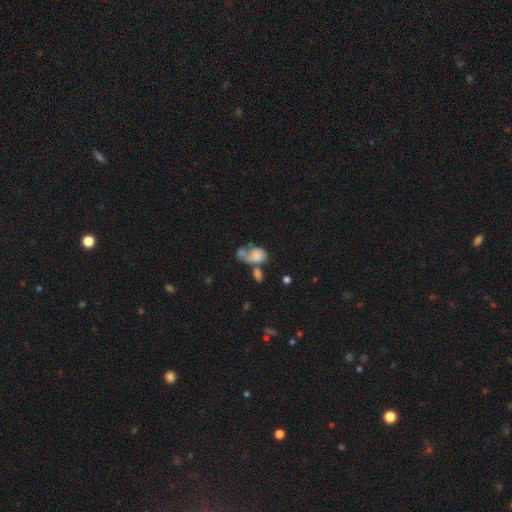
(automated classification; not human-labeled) smooth_or_featured: smooth (p=0.67) [alt: featured or disk p=0.23]
how_rounded: in between (p=0.75) [alt: round p=0.24]
merging: merger (p=0.52) [alt: major disturbance p=0.19]